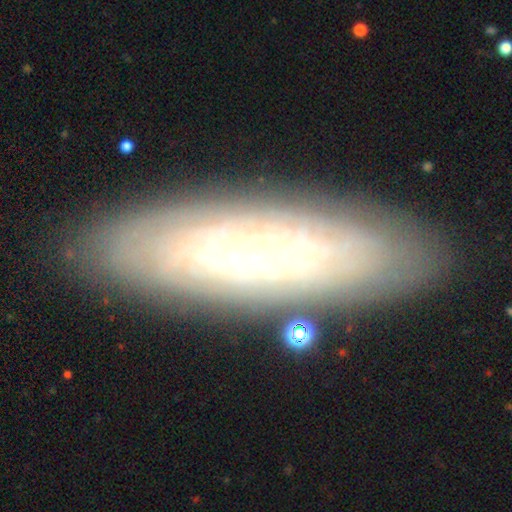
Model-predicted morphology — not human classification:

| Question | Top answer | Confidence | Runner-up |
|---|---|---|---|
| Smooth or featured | featured or disk | 69% | smooth (24%) |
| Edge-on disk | no | 76% | yes (24%) |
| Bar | no | 82% | weak (13%) |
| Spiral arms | yes | 71% | no (29%) |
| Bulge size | small | 79% | moderate (15%) |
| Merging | none | 83% | minor disturbance (12%) |